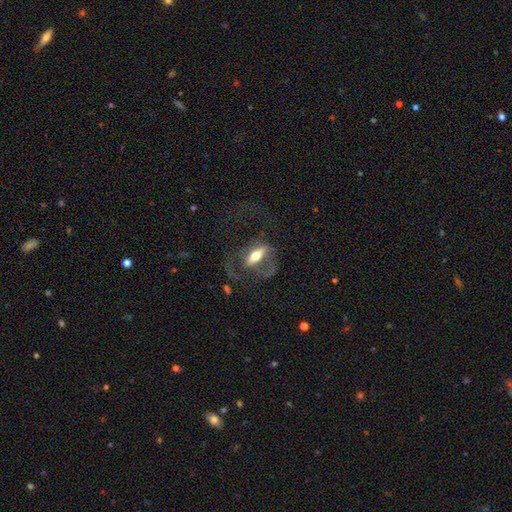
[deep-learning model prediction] Smooth or featured? Predicted: featured or disk (p=0.60). Edge-on disk? Predicted: no (p=0.55). Merging? Predicted: major disturbance (p=0.48).